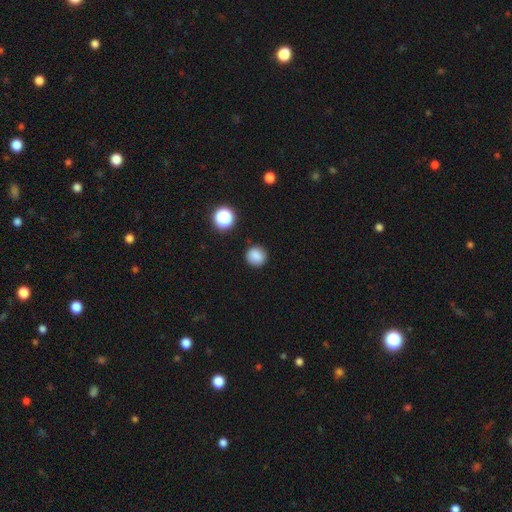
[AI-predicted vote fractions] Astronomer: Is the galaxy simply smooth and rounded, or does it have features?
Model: smooth — 84%.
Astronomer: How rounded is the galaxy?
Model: round — 90%.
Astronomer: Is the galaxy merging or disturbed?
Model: none — 88%.